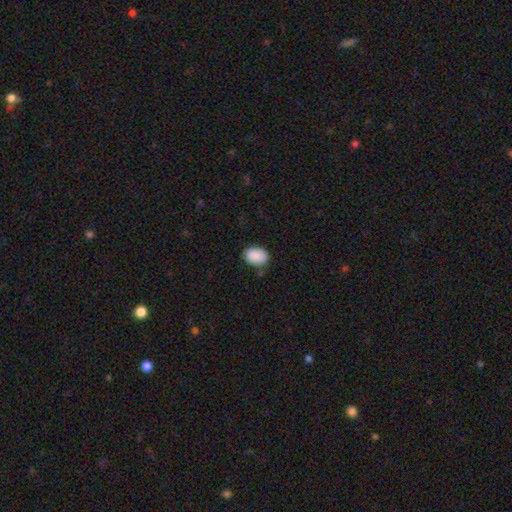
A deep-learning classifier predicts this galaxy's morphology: Q: Smooth or featured?
A: smooth (90%); runner-up: star or artifact (7%)
Q: How rounded?
A: in between (82%); runner-up: round (17%)
Q: Merging?
A: none (77%); runner-up: minor disturbance (17%)